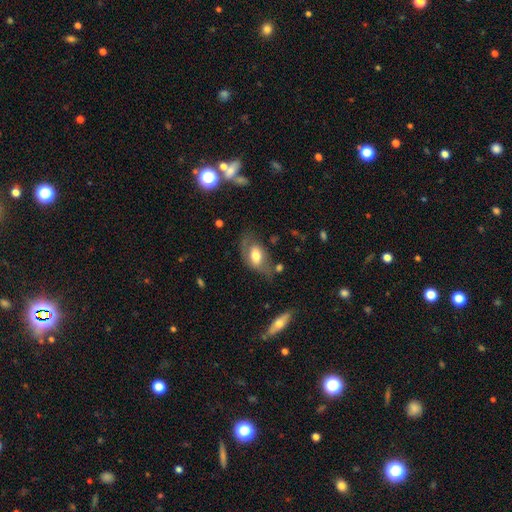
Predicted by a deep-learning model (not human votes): Overall: smooth (56%; featured or disk 37%). How rounded: in between (88%). Merging: none (48%; minor disturbance 28%).